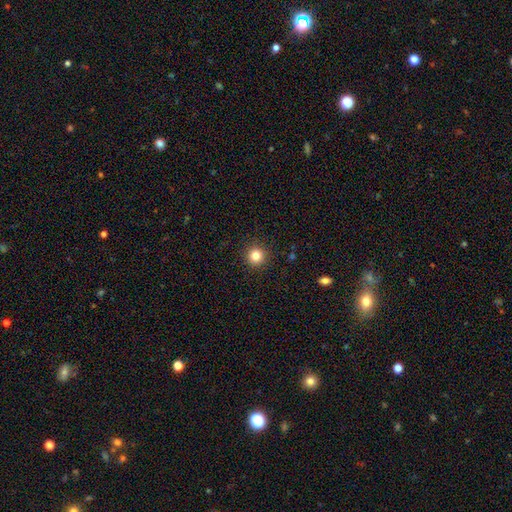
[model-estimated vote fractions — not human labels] smooth 83%, star or artifact 12%, featured or disk 6%. Down the decision tree: how rounded — round (95%); merging — none (92%).